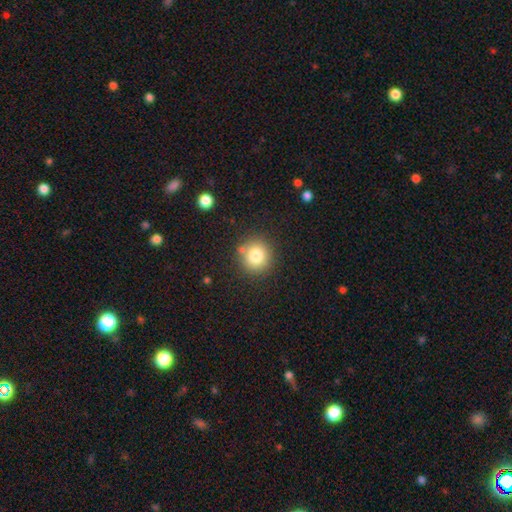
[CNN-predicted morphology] Smooth or featured? smooth (80%)
How rounded? round (92%)
Merging? none (84%)